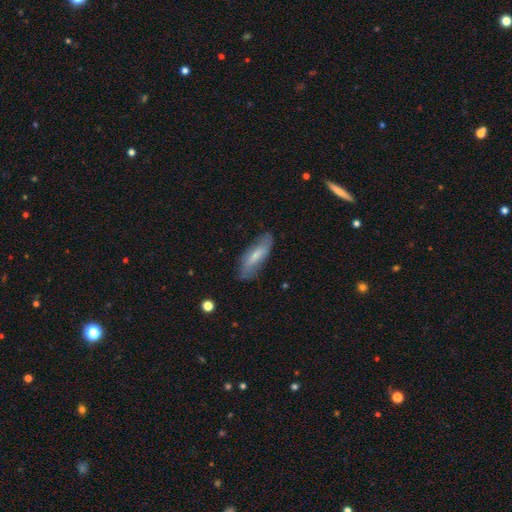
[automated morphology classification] Smooth or featured: smooth — 59% (featured or disk — 34%)
How rounded: in between — 51% (cigar-shaped — 47%)
Merging: none — 75% (minor disturbance — 19%)